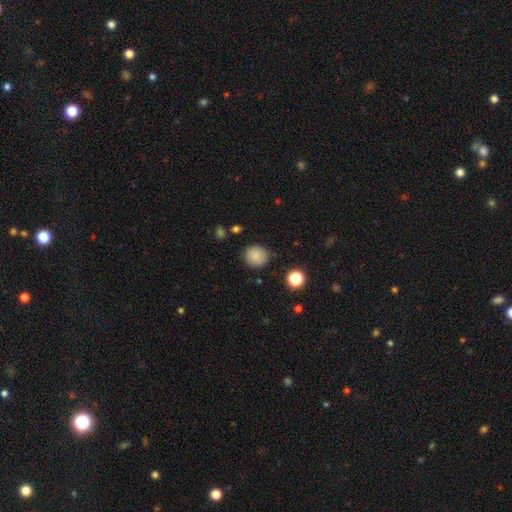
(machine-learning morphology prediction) Smooth or featured? Predicted: smooth (p=0.83). How rounded? Predicted: round (p=0.87). Merging? Predicted: none (p=0.84).